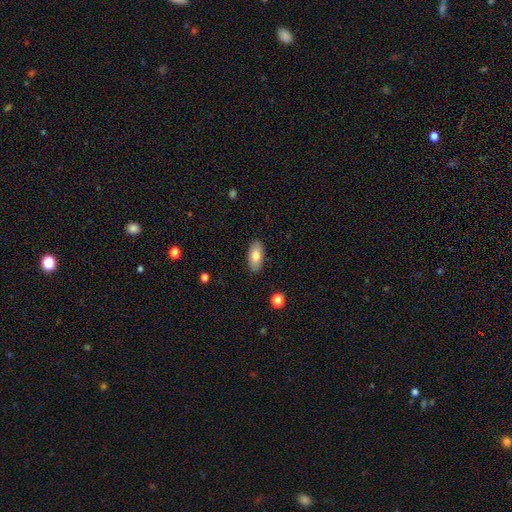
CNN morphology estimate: Smooth or featured: smooth — 77% (featured or disk — 16%)
How rounded: in between — 89% (cigar-shaped — 8%)
Merging: none — 88% (minor disturbance — 9%)